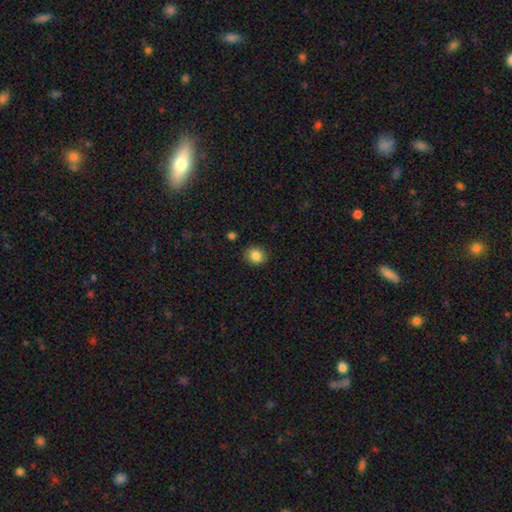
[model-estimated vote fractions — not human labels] smooth 86%, star or artifact 10%, featured or disk 5%. Down the decision tree: how rounded — round (76%); merging — none (88%).